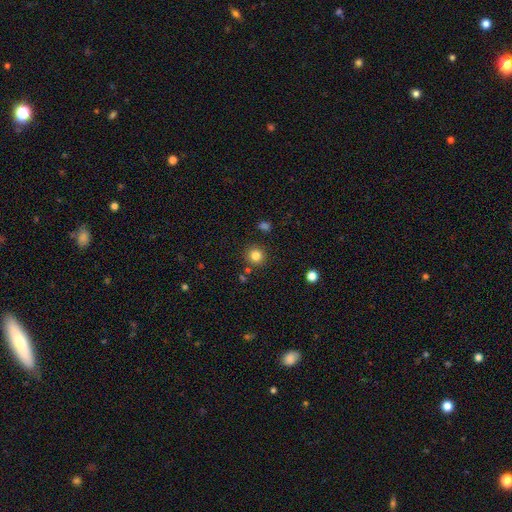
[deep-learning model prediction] Morphology: type=smooth (82%); roundness=round (94%); merging=none (87%).